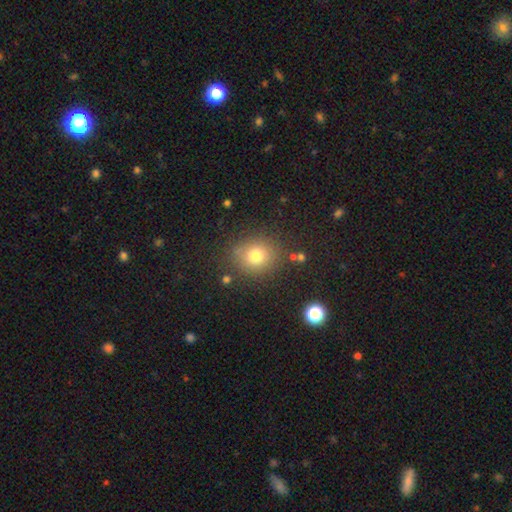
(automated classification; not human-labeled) The model was most divided on "smooth or featured": smooth: 76%, star or artifact: 15%, featured or disk: 9%. More confident: merging — none (83%); how rounded — round (80%).